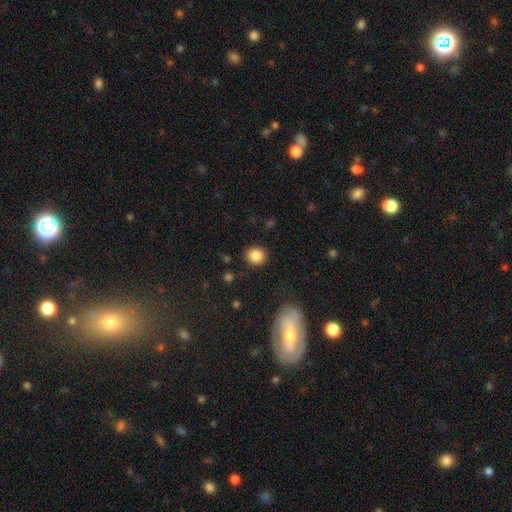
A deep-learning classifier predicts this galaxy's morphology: Q: Smooth or featured?
A: smooth (86%); runner-up: star or artifact (10%)
Q: How rounded?
A: round (80%); runner-up: in between (19%)
Q: Merging?
A: none (88%); runner-up: minor disturbance (8%)